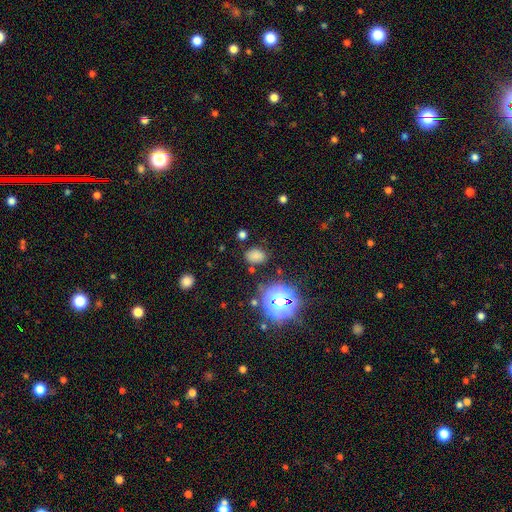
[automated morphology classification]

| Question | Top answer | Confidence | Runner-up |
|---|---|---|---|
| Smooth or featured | smooth | 71% | star or artifact (22%) |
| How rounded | in between | 74% | round (24%) |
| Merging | none | 78% | minor disturbance (14%) |